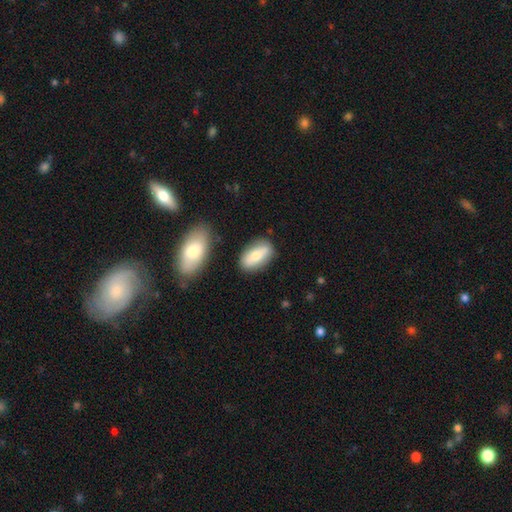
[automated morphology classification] Smooth or featured? smooth (70%)
How rounded? in between (87%)
Merging? none (78%)